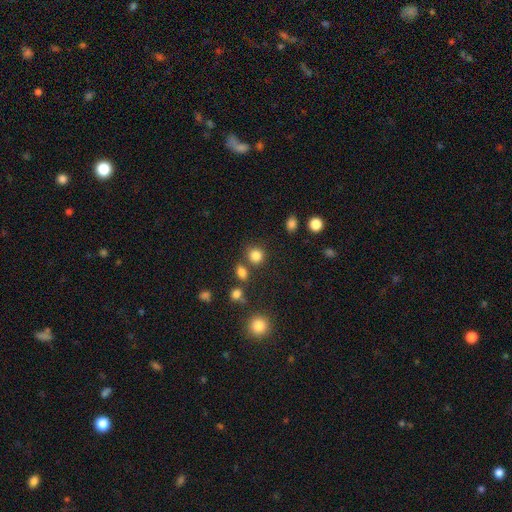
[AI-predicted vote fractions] Q: Smooth or featured?
A: smooth (82%); runner-up: star or artifact (13%)
Q: How rounded?
A: round (85%); runner-up: in between (14%)
Q: Merging?
A: none (74%); runner-up: merger (12%)